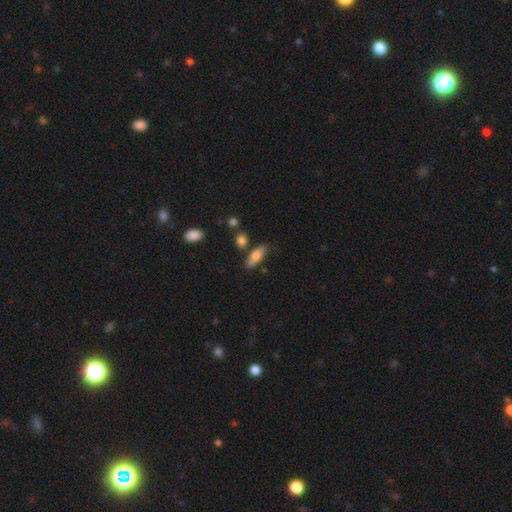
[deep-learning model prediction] A smooth galaxy with no disk features (75%) that is in between round and cigar-shaped (66%). Merging: none (73%).